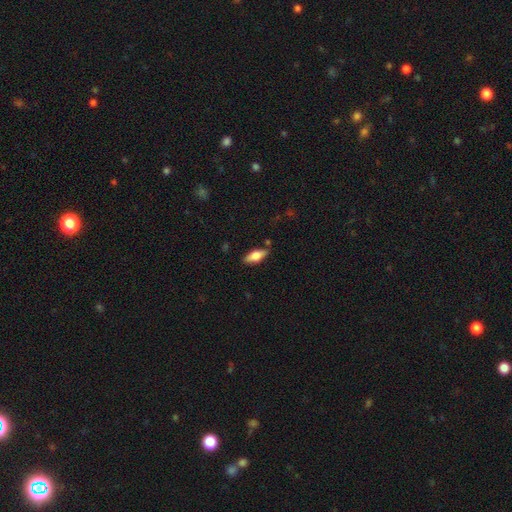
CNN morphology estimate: smooth-or-featured: smooth: 64% | featured or disk: 29% | star or artifact: 7%
  how-rounded: in between: 75% | cigar-shaped: 22% | round: 3%
  merging: none: 84% | minor disturbance: 12% | major disturbance: 2% | merger: 2%